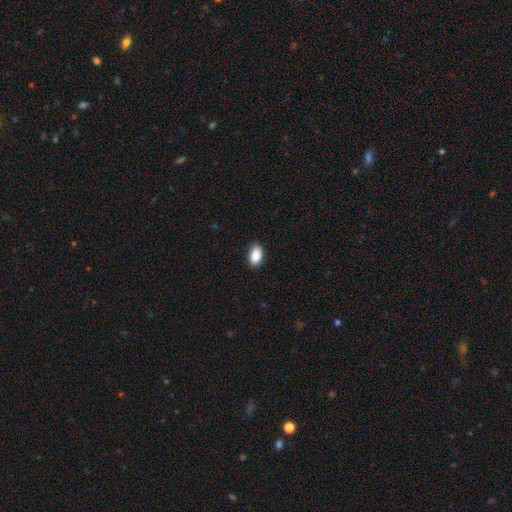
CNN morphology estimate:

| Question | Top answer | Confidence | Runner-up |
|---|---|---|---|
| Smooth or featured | smooth | 89% | star or artifact (7%) |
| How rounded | in between | 92% | round (6%) |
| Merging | none | 88% | minor disturbance (9%) |